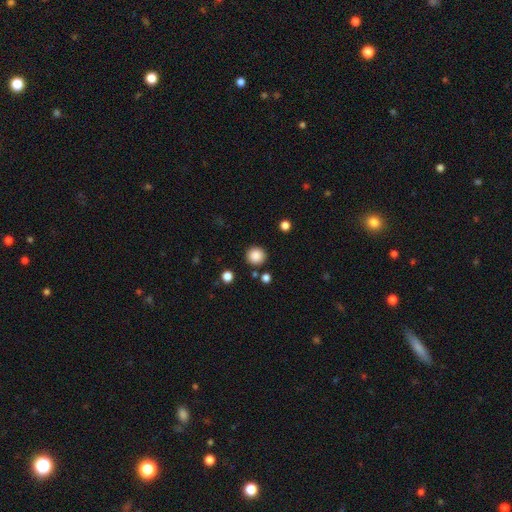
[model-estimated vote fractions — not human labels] The model was most divided on "smooth or featured": smooth: 87%, star or artifact: 10%, featured or disk: 3%. More confident: how rounded — round (93%); merging — none (87%).